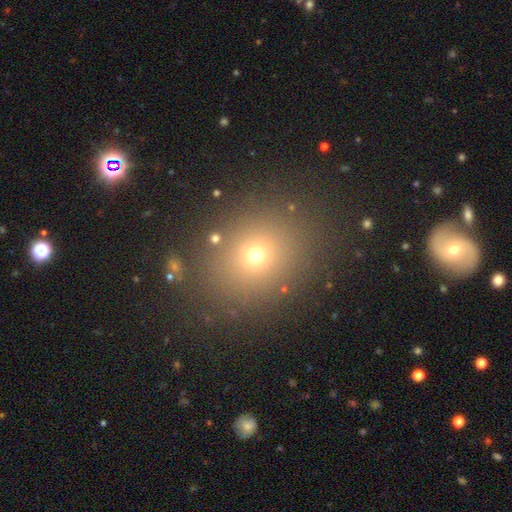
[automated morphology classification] Overall: smooth (65%). How rounded: round (71%). Merging: none (85%).